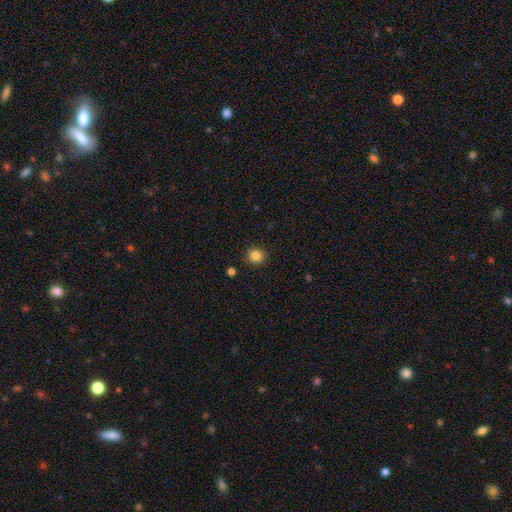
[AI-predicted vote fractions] Smooth or featured? Predicted: smooth (p=0.84). How rounded? Predicted: round (p=0.91). Merging? Predicted: none (p=0.91).